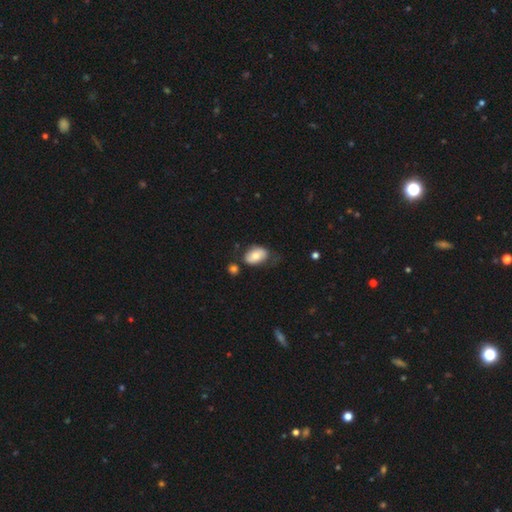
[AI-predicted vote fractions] Smooth or featured: smooth — 72% (featured or disk — 21%)
How rounded: in between — 89% (round — 10%)
Merging: none — 53% (minor disturbance — 27%)